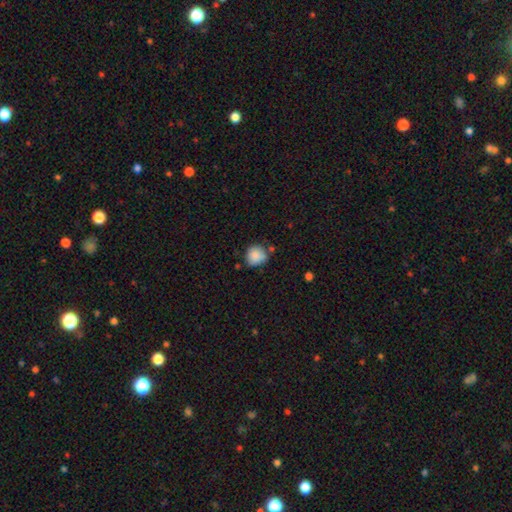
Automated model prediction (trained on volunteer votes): A smooth galaxy with no disk features (86%) that is round (83%). Merging: none (63%).